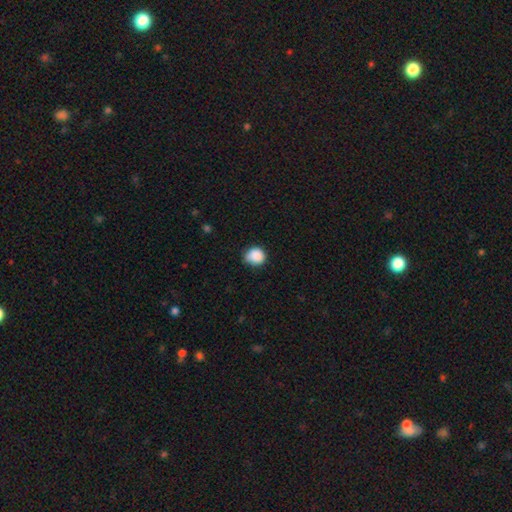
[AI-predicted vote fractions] Smooth or featured? Predicted: smooth (p=0.88). How rounded? Predicted: round (p=0.79). Merging? Predicted: none (p=0.72).